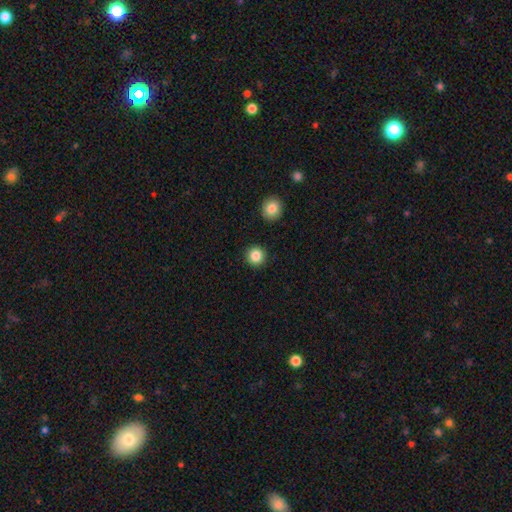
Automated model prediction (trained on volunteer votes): Morphology: type=smooth (85%); roundness=round (94%); merging=none (91%).